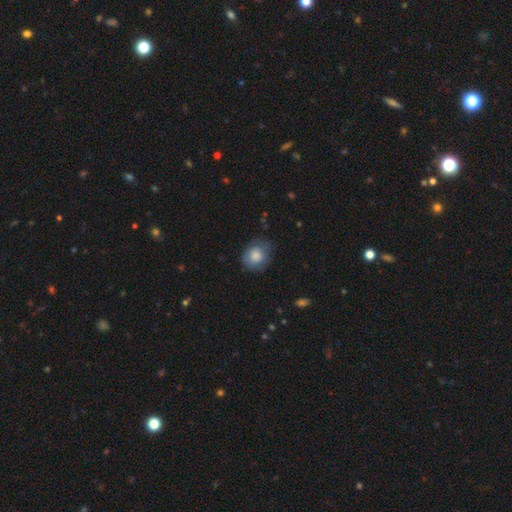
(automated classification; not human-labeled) Q: Smooth or featured?
A: smooth (81%); runner-up: featured or disk (12%)
Q: How rounded?
A: round (77%); runner-up: in between (22%)
Q: Merging?
A: none (66%); runner-up: minor disturbance (24%)